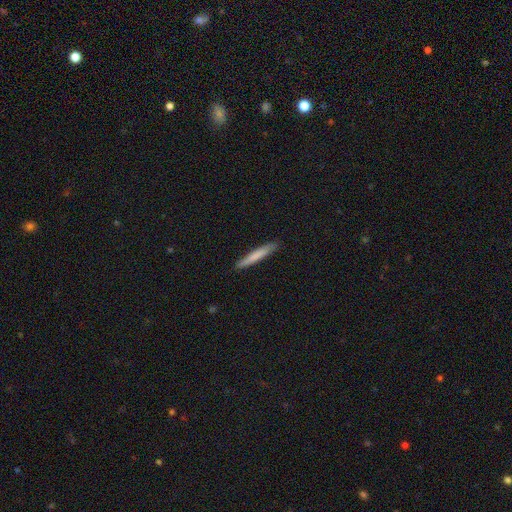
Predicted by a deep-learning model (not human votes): This appears to be a smooth galaxy with no disk features (74%) that is cigar-shaped (95%). Merging: none (89%).